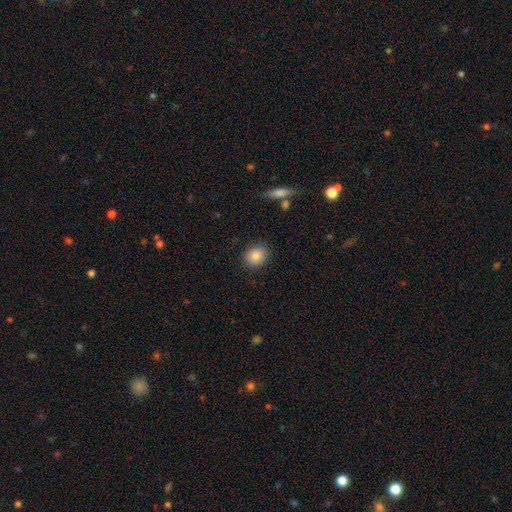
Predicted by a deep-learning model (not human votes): Smooth or featured: smooth — 85% (star or artifact — 8%)
How rounded: round — 56% (in between — 42%)
Merging: none — 87% (minor disturbance — 9%)